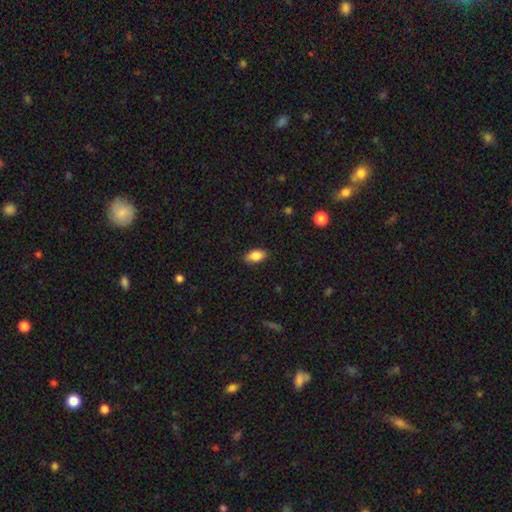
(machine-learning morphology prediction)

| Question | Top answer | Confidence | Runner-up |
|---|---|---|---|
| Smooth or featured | smooth | 85% | star or artifact (8%) |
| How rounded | in between | 91% | round (5%) |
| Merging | none | 85% | minor disturbance (11%) |